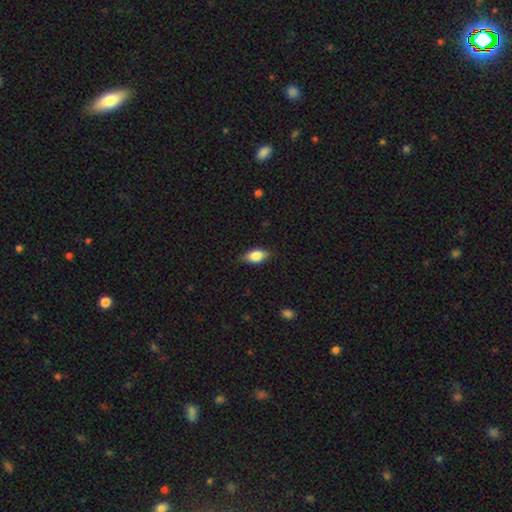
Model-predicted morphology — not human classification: Smooth or featured: smooth — 77% (featured or disk — 16%)
How rounded: in between — 86% (cigar-shaped — 7%)
Merging: none — 83% (minor disturbance — 14%)